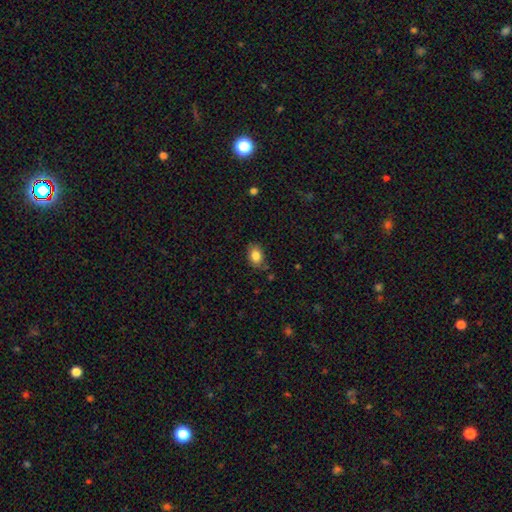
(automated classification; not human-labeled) The model was most divided on "how rounded": in between: 75%, round: 24%, cigar-shaped: 1%. More confident: smooth or featured — smooth (83%); merging — none (75%).